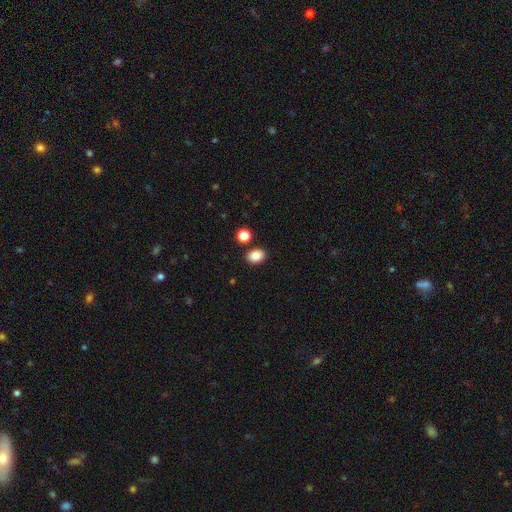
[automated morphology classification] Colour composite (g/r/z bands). It shows a smooth galaxy with no disk features (85%) that is in between round and cigar-shaped (67%). Merging: none (85%).